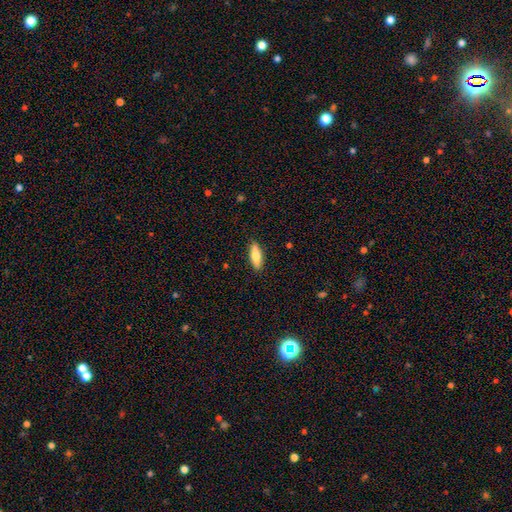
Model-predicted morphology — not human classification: Overall: smooth (71%). How rounded: in between (53%; cigar-shaped 45%). Merging: none (89%).